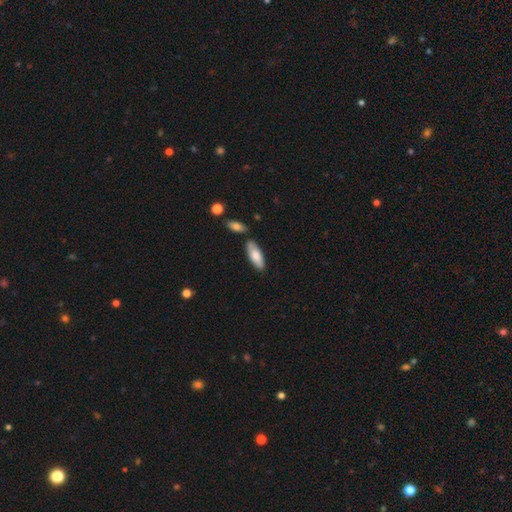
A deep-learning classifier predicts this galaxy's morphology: Overall: smooth (79%). How rounded: in between (72%). Merging: none (75%).